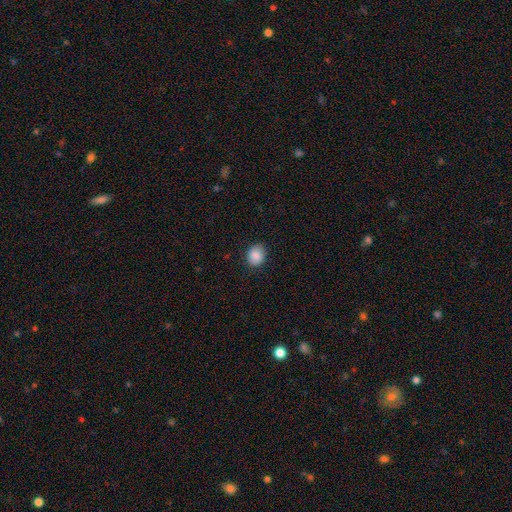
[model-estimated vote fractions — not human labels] The model was most divided on "how rounded": round: 56%, in between: 43%, cigar-shaped: 1%. More confident: smooth or featured — smooth (87%); merging — none (86%).